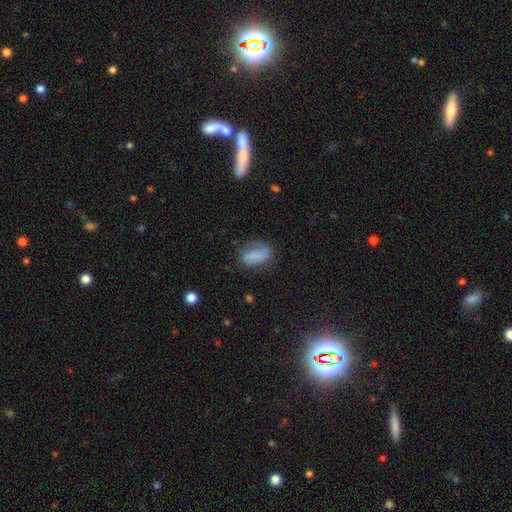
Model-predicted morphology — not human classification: Q: Smooth or featured?
A: smooth (71%); runner-up: featured or disk (20%)
Q: How rounded?
A: in between (86%); runner-up: round (10%)
Q: Merging?
A: none (57%); runner-up: minor disturbance (27%)